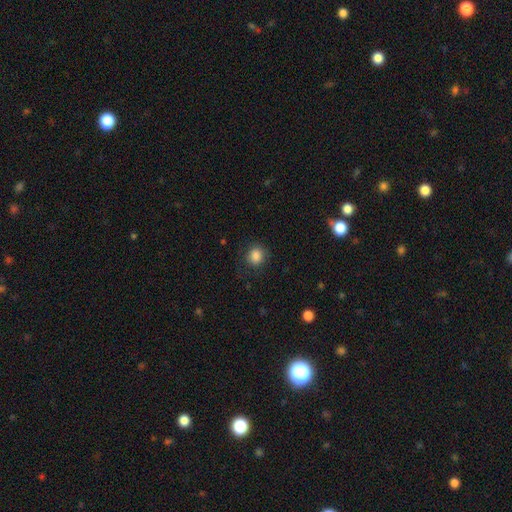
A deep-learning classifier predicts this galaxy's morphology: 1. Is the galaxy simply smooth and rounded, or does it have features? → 86% smooth, 10% star or artifact, 5% featured or disk.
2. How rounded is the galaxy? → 78% round, 21% in between, 1% cigar-shaped.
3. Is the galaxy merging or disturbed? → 80% none, 14% minor disturbance, 5% major disturbance, 1% merger.